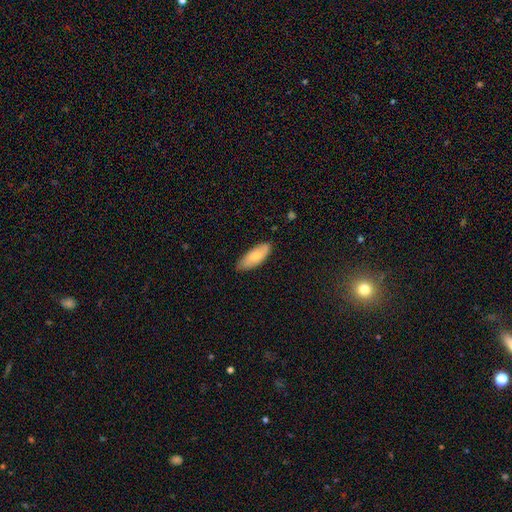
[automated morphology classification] Q: Smooth or featured?
A: smooth (73%); runner-up: featured or disk (21%)
Q: How rounded?
A: in between (76%); runner-up: cigar-shaped (22%)
Q: Merging?
A: none (81%); runner-up: minor disturbance (16%)